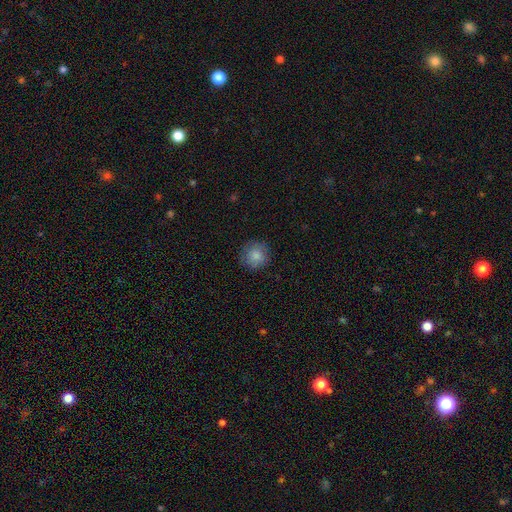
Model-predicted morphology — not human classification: Smooth or featured?
  - smooth: 84% *
  - star or artifact: 9%
  - featured or disk: 7%
How rounded?
  - round: 92% *
  - in between: 7%
  - cigar-shaped: 1%
Merging?
  - none: 83% *
  - minor disturbance: 12%
  - major disturbance: 3%
  - merger: 1%